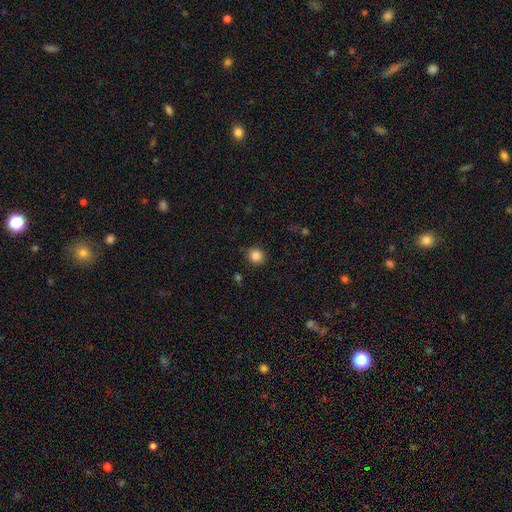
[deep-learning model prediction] A smooth galaxy with no disk features (85%) that is round (87%).

Vote fractions:
- Smooth or featured? smooth: 85% / star or artifact: 11% / featured or disk: 4%
- How rounded? round: 87% / in between: 13% / cigar-shaped: 1%
- Merging? none: 88% / minor disturbance: 8% / major disturbance: 2% / merger: 1%